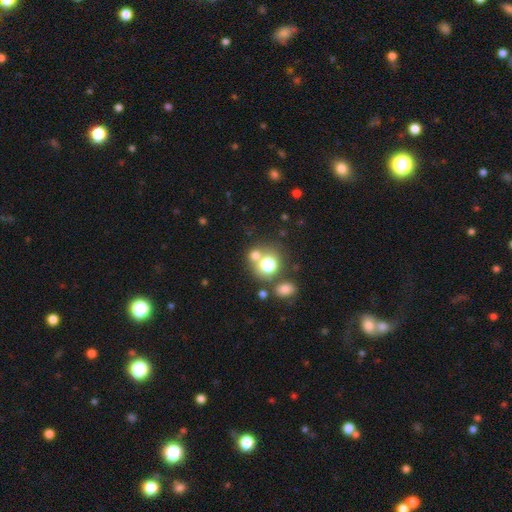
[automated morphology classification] Smooth or featured? Predicted: smooth (p=0.67). How rounded? Predicted: round (p=0.82). Merging? Predicted: none (p=0.49).